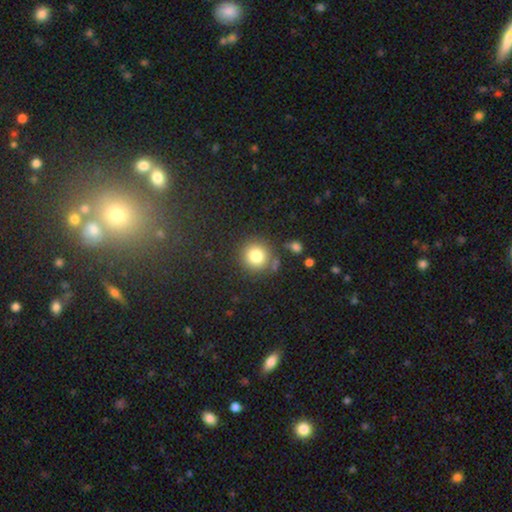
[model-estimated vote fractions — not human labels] Q: Smooth or featured?
A: smooth (79%); runner-up: star or artifact (14%)
Q: How rounded?
A: round (93%); runner-up: in between (6%)
Q: Merging?
A: none (84%); runner-up: minor disturbance (8%)